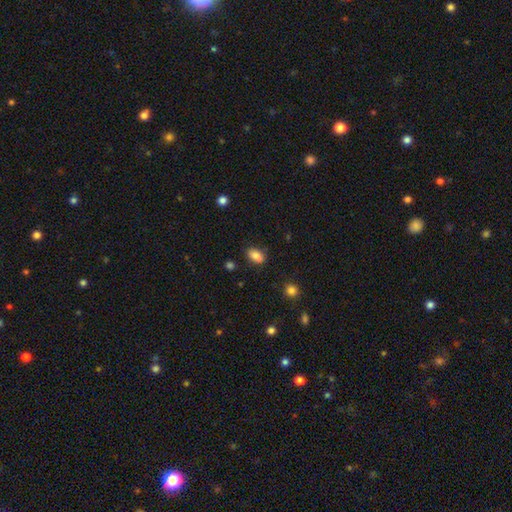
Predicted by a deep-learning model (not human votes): A smooth galaxy with no disk features (82%) that is in between round and cigar-shaped (85%).

Vote fractions:
- Smooth or featured? smooth: 82% / star or artifact: 9% / featured or disk: 9%
- How rounded? in between: 85% / round: 13% / cigar-shaped: 2%
- Merging? none: 76% / minor disturbance: 16% / merger: 5% / major disturbance: 3%